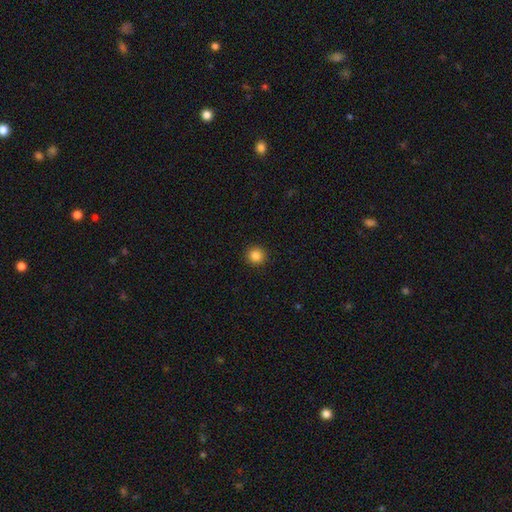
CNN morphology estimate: Smooth or featured: smooth — 86% (star or artifact — 11%)
How rounded: round — 94% (in between — 5%)
Merging: none — 93% (minor disturbance — 5%)